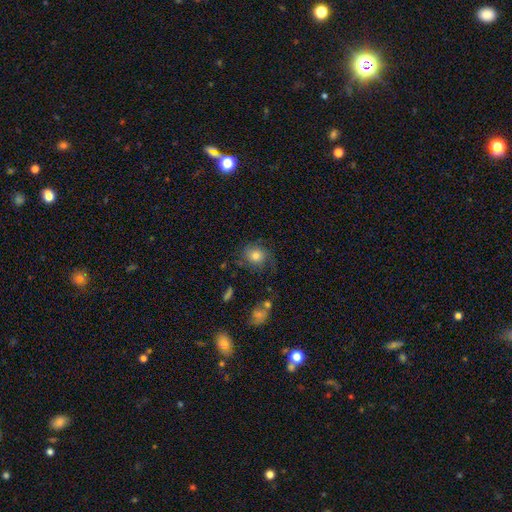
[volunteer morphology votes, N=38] Overall: featured or disk (55%; smooth 39%). Edge-on disk: no (100%). Bar: no (81%). Spiral arms: yes (81%). Spiral arm count: 1 (53%; 2 29%). Spiral winding: loose (47%; medium 29%). Bulge size: moderate (62%; small 33%). Merging: none (39%; minor disturbance 33%).